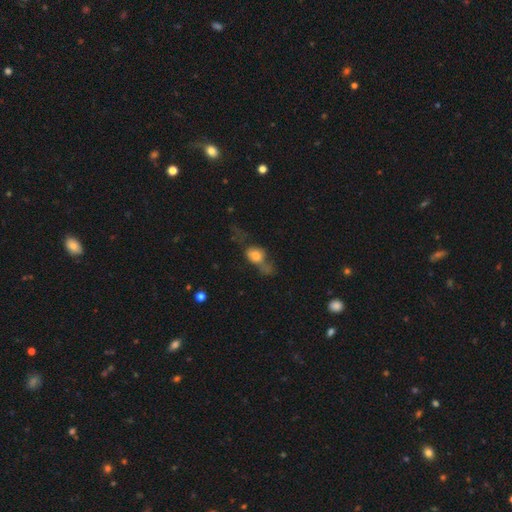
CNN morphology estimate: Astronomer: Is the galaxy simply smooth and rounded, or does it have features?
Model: smooth — 62%.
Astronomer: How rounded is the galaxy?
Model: in between — 56% (runner-up: round, 39%).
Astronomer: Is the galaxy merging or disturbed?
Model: major disturbance — 38% (runner-up: none, 26%).